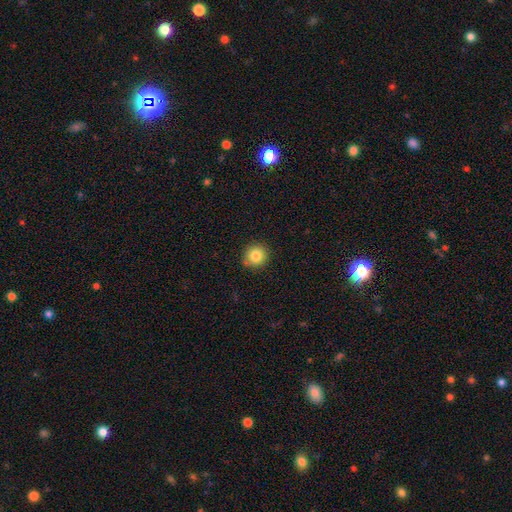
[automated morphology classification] A smooth galaxy with no disk features (83%) that is round (93%).

Vote fractions:
- Smooth or featured? smooth: 83% / star or artifact: 10% / featured or disk: 6%
- How rounded? round: 93% / in between: 6% / cigar-shaped: 1%
- Merging? none: 88% / minor disturbance: 8% / major disturbance: 2% / merger: 2%